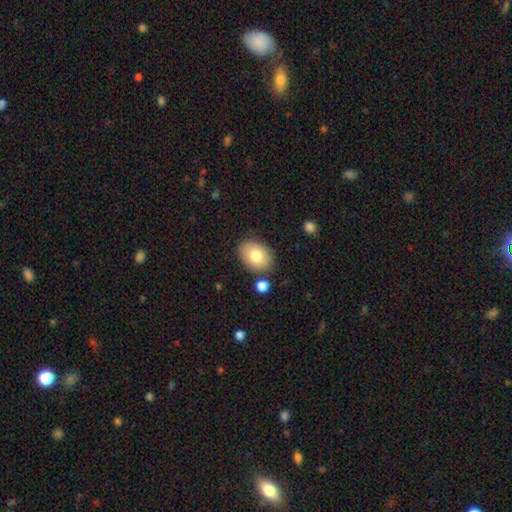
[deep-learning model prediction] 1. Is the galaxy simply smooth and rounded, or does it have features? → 80% smooth, 13% featured or disk, 7% star or artifact.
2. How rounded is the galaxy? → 80% in between, 19% round, 1% cigar-shaped.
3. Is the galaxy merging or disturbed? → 83% none, 11% minor disturbance, 4% merger, 3% major disturbance.